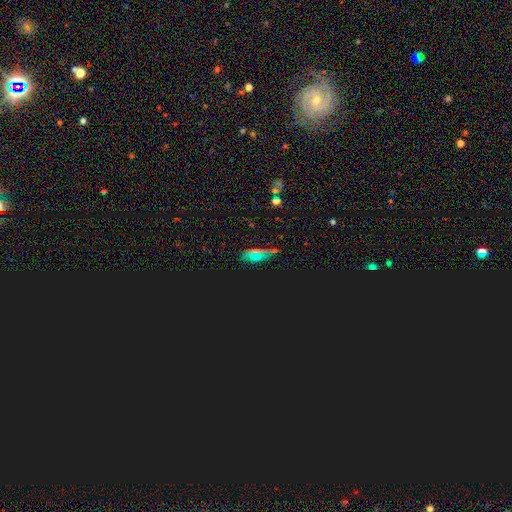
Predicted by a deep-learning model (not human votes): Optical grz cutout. It shows a star or artifact, not a galaxy (57%).